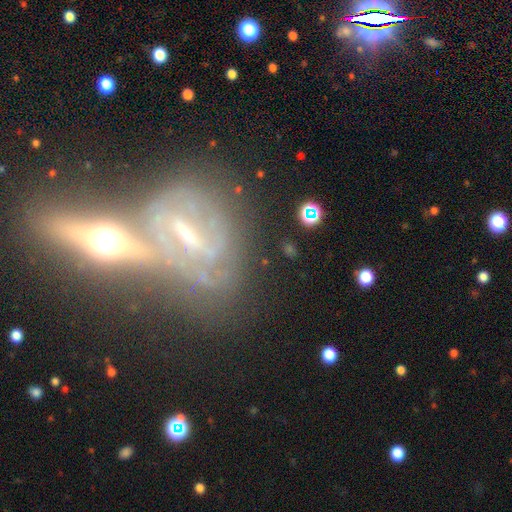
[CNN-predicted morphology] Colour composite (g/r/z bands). It shows a featured or disk galaxy (74%) with a weak bar (34%, tied with strong), spiral arms (69%) and a small central bulge (52%). Merging: none (46%).